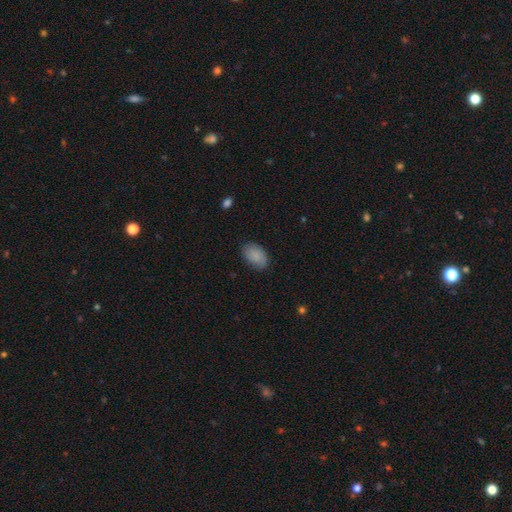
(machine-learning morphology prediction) type=smooth (86%); roundness=in between (90%); merging=none (77%).